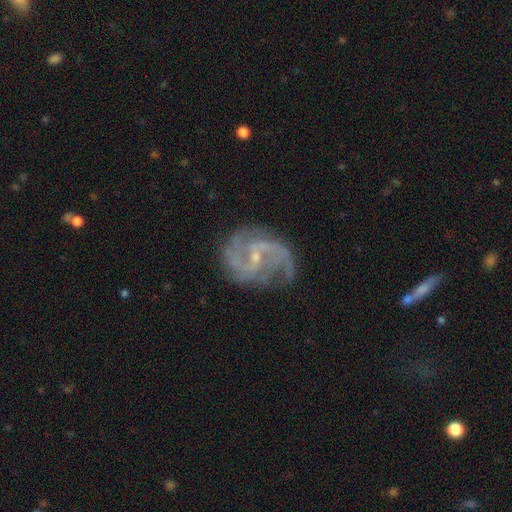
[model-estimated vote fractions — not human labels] Smooth or featured?
  - featured or disk: 88% *
  - star or artifact: 7%
  - smooth: 5%
Edge-on disk?
  - no: 98% *
  - yes: 2%
Bar?
  - weak: 53% *
  - no: 31%
  - strong: 16%
Spiral arms?
  - yes: 97% *
  - no: 3%
Spiral winding?
  - medium: 51% *
  - loose: 29%
  - tight: 19%
Spiral arm count?
  - 2: 53% *
  - 3: 18%
  - can't tell: 12%
  - 4: 7%
  - 1: 5%
  - more than 4: 5%
Bulge size?
  - small: 77% *
  - moderate: 17%
  - none: 5%
  - large: 1%
  - dominant: 1%
Merging?
  - none: 69% *
  - minor disturbance: 19%
  - major disturbance: 10%
  - merger: 2%